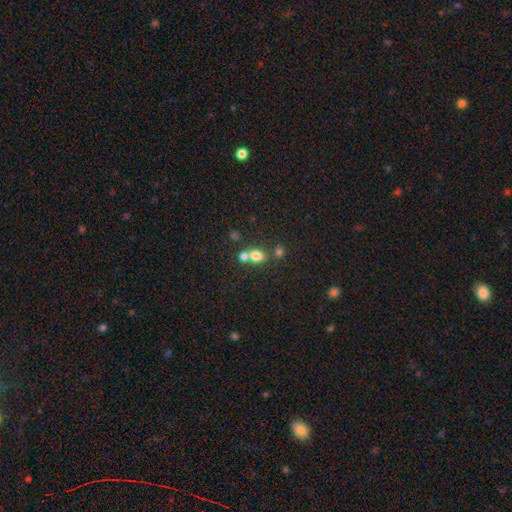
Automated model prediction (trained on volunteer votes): smooth-or-featured: smooth: 76% | star or artifact: 14% | featured or disk: 10%
  how-rounded: round: 56% | in between: 42% | cigar-shaped: 1%
  merging: merger: 46% | none: 42% | minor disturbance: 8% | major disturbance: 4%